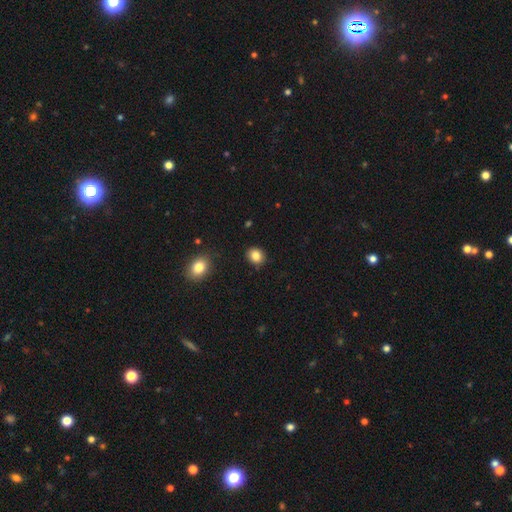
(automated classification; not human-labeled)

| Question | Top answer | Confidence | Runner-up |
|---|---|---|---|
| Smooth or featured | smooth | 85% | star or artifact (10%) |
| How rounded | round | 66% | in between (33%) |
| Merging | none | 89% | minor disturbance (8%) |